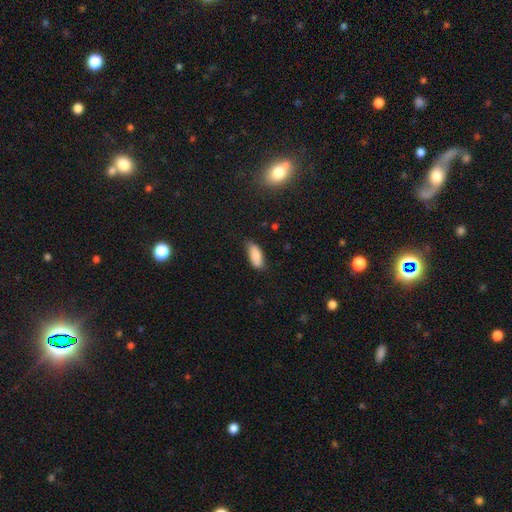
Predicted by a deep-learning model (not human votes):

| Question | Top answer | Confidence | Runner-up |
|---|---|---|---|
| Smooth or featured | smooth | 84% | featured or disk (9%) |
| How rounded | in between | 83% | cigar-shaped (15%) |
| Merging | none | 74% | minor disturbance (21%) |